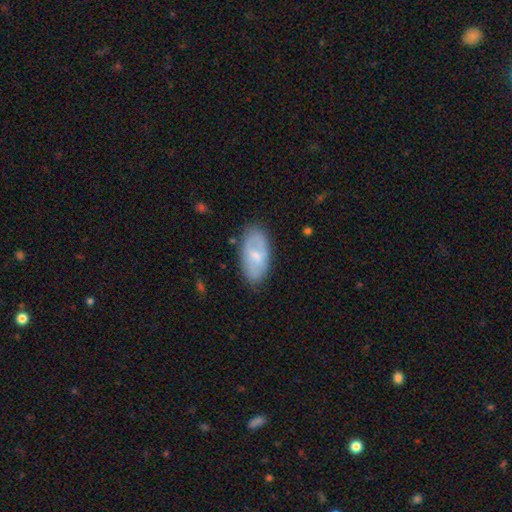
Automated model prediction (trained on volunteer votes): smooth 55%, featured or disk 39%, star or artifact 6%. Down the decision tree: how rounded — in between (93%); merging — none (78%).